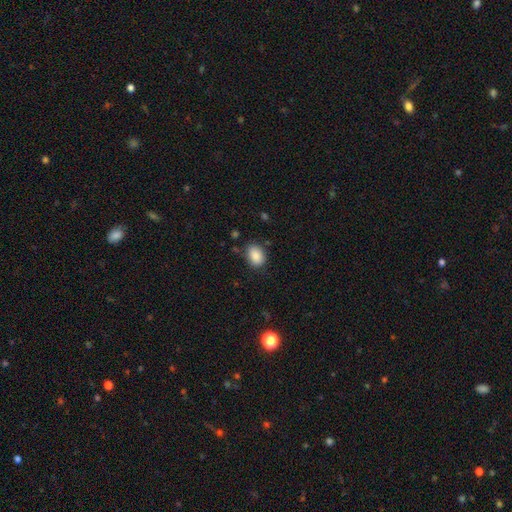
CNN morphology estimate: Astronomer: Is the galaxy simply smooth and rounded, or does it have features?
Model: smooth — 88%.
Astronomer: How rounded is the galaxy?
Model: in between — 81%.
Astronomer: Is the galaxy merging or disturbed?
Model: none — 80%.